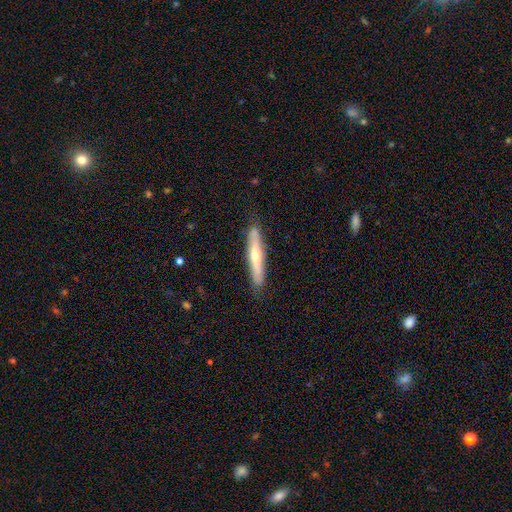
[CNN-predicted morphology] Smooth or featured? Predicted: featured or disk (p=0.50). Merging? Predicted: none (p=0.83).